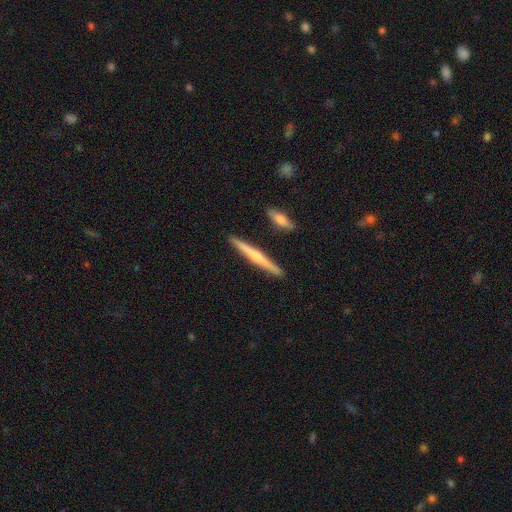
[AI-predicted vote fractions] This appears to be a featured or disk galaxy (54%) viewed edge-on (98%) with a rounded central bulge (52%). Merging: none (90%).